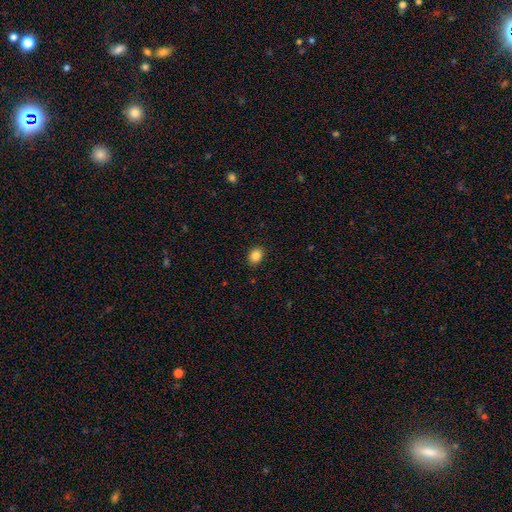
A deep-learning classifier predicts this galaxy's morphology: Smooth or featured? Predicted: smooth (p=0.86). How rounded? Predicted: round (p=0.53). Merging? Predicted: none (p=0.90).